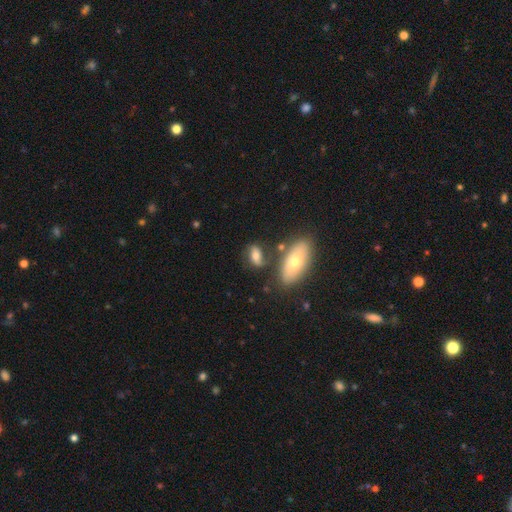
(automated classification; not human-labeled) This is likely a smooth galaxy (62%). How rounded: clearly in between (81%). Merging: likely none (63%).